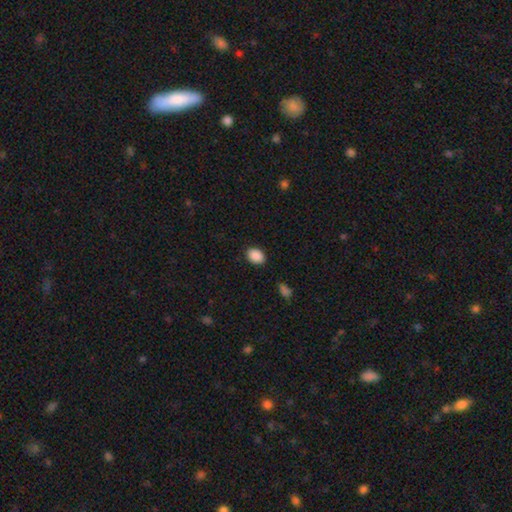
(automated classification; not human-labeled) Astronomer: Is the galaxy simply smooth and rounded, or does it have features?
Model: smooth — 89%.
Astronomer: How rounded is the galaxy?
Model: in between — 73%.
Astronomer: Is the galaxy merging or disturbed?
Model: none — 87%.